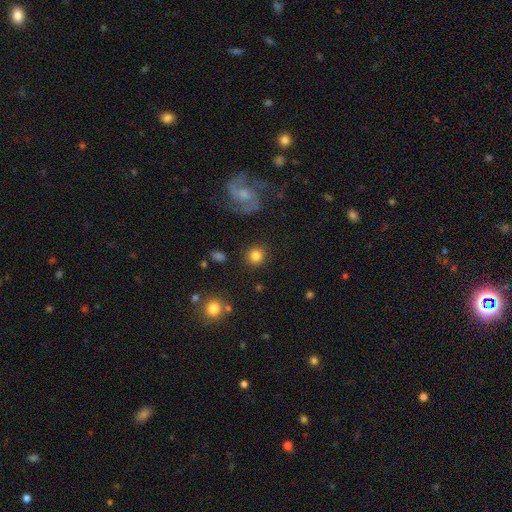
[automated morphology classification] This is clearly a smooth galaxy (81%). How rounded: clearly round (88%). Merging: clearly none (88%).